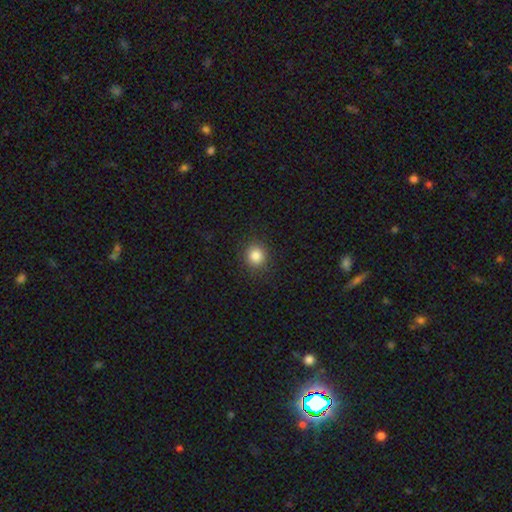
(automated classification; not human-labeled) Smooth or featured?
  - smooth: 84% *
  - star or artifact: 11%
  - featured or disk: 5%
How rounded?
  - round: 88% *
  - in between: 11%
  - cigar-shaped: 1%
Merging?
  - none: 90% *
  - minor disturbance: 7%
  - major disturbance: 2%
  - merger: 1%